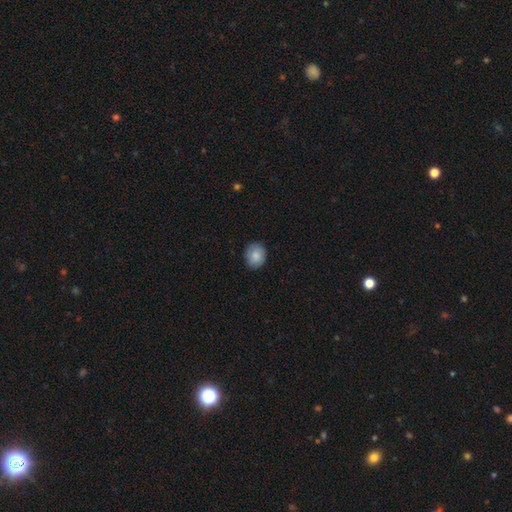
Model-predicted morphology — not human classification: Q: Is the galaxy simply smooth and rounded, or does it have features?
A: smooth — 83%.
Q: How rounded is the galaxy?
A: round — 64%.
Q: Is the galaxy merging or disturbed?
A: none — 84%.